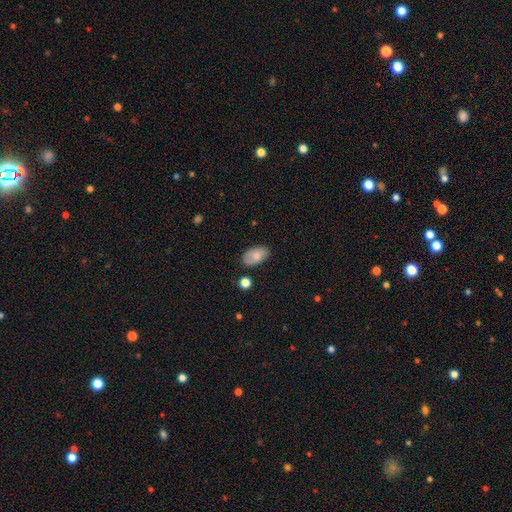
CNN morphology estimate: This is likely a smooth galaxy (79%). How rounded: clearly in between (93%). Merging: likely none (78%).